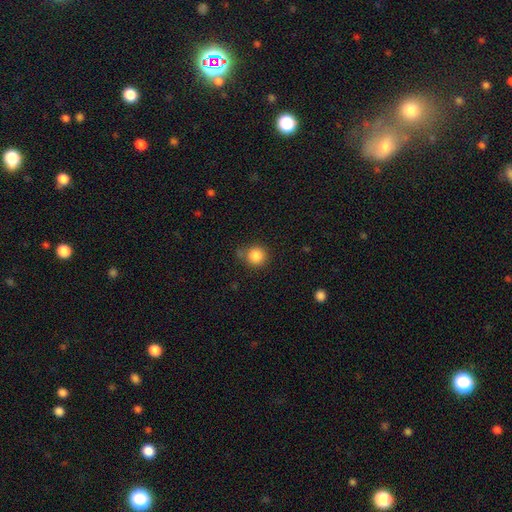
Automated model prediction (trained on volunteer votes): Smooth or featured? smooth (86%)
How rounded? round (92%)
Merging? none (72%)